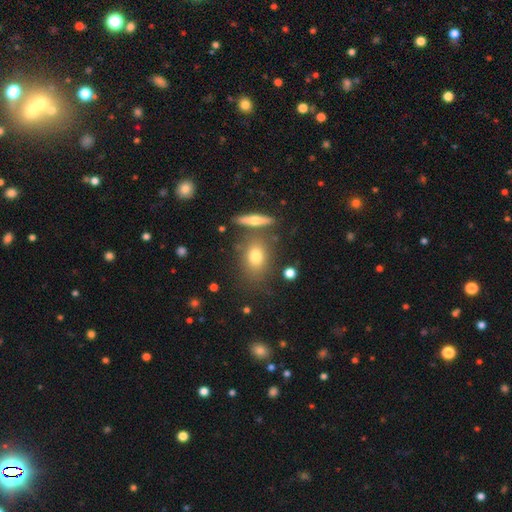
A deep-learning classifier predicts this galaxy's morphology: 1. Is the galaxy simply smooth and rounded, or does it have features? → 73% smooth, 16% featured or disk, 11% star or artifact.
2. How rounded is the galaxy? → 65% in between, 30% round, 5% cigar-shaped.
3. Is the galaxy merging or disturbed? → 70% none, 13% merger, 12% minor disturbance, 5% major disturbance.